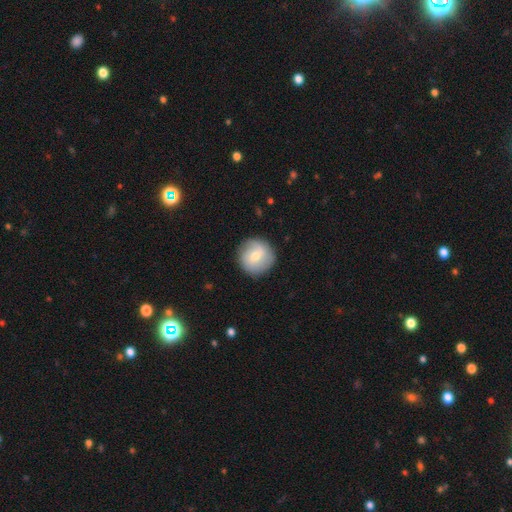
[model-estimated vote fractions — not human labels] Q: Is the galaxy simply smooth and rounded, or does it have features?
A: smooth — 61%.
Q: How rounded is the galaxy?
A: round — 95%.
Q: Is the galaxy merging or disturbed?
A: none — 87%.